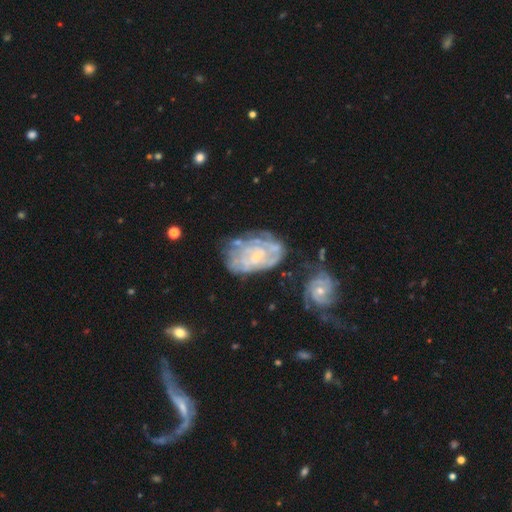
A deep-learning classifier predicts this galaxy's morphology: Smooth or featured? featured or disk (79%)
Edge-on disk? no (97%)
Bar? no (68%)
Spiral arms? yes (82%)
Spiral winding? tight (70%)
Spiral arm count? can't tell (55%)
Bulge size? small (76%)
Merging? none (50%)